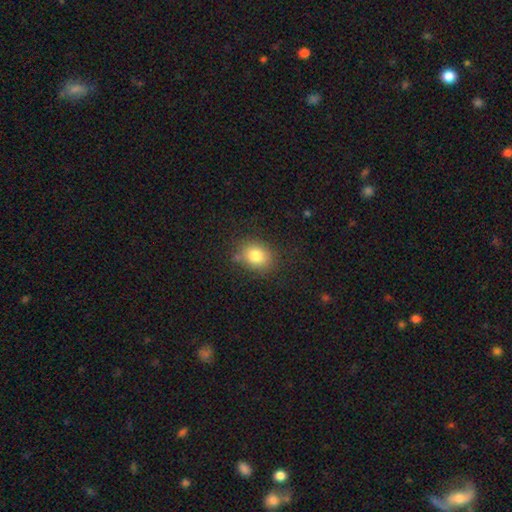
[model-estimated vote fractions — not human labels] This appears to be a smooth galaxy with no disk features (81%) that is round (53%). Merging: none (77%).